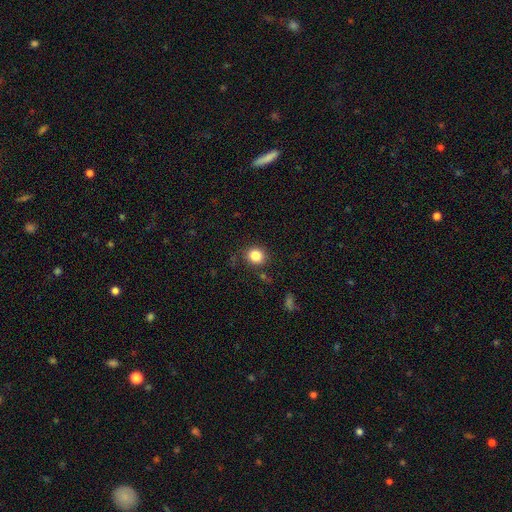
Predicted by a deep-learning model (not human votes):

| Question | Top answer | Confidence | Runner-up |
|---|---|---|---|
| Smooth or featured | smooth | 84% | star or artifact (11%) |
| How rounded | round | 80% | in between (19%) |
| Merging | none | 85% | minor disturbance (10%) |